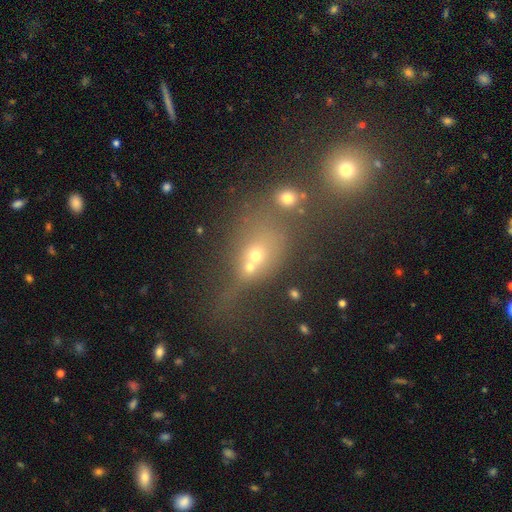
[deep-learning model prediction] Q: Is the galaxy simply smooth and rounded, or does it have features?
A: smooth — 55%.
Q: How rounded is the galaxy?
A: round — 53%.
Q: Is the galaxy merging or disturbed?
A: merger — 56%.